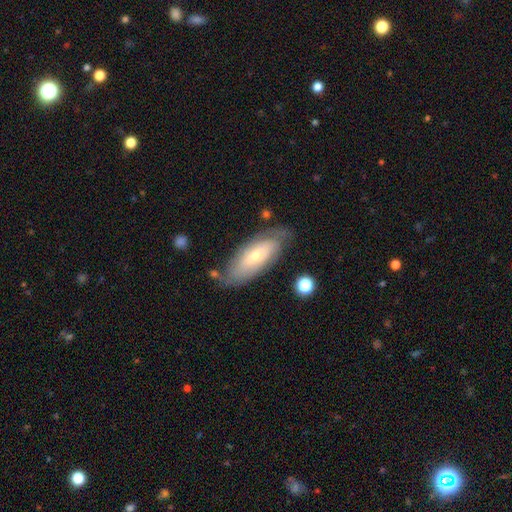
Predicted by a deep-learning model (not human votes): This appears to be a featured or disk galaxy (54%). Merging: none (70%).